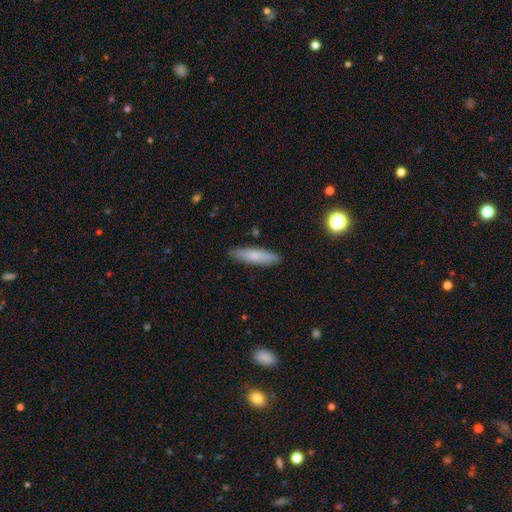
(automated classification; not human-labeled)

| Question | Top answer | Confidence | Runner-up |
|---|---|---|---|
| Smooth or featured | smooth | 76% | featured or disk (18%) |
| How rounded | cigar-shaped | 73% | in between (25%) |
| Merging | none | 87% | minor disturbance (10%) |